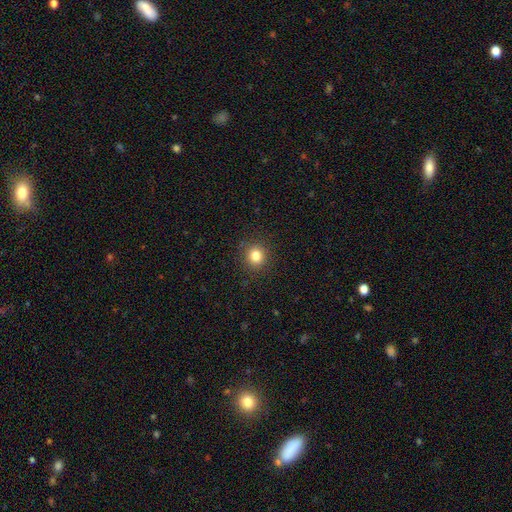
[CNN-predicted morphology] Smooth or featured: smooth — 82% (star or artifact — 12%)
How rounded: round — 91% (in between — 8%)
Merging: none — 90% (minor disturbance — 6%)